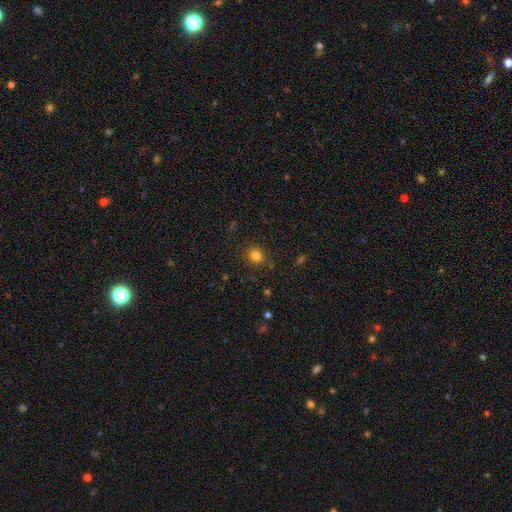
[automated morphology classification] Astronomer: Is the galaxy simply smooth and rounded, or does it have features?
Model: smooth — 81%.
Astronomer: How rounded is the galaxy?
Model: round — 86%.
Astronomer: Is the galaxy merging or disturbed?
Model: none — 86%.